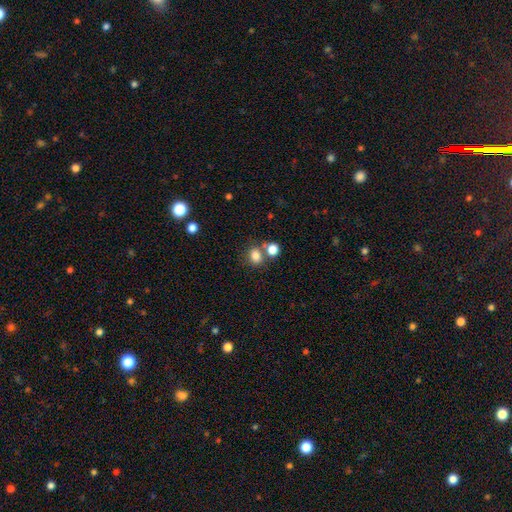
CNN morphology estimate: A smooth galaxy with no disk features (81%) that is round (54%). Merging: none (58%).